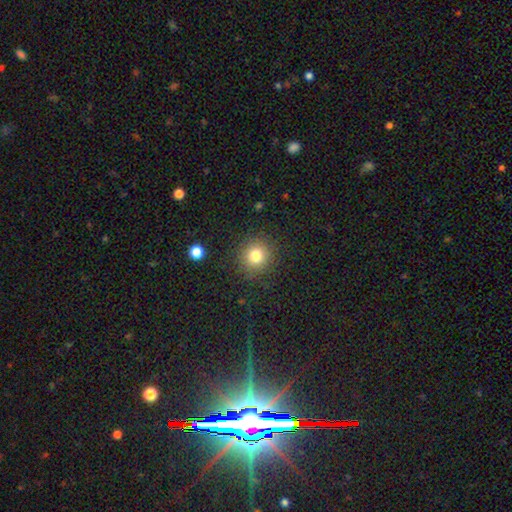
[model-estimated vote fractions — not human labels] A smooth galaxy with no disk features (80%) that is round (92%). Merging: none (89%).